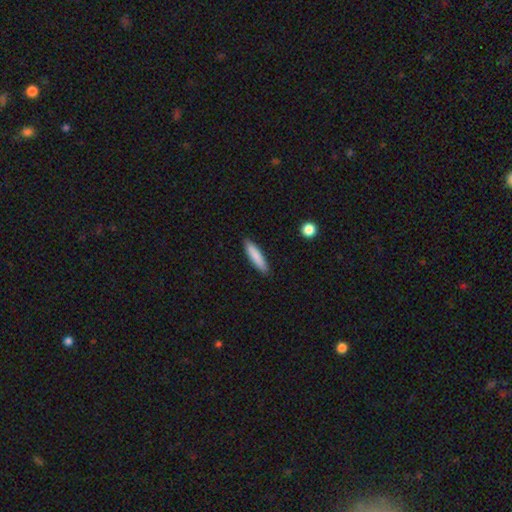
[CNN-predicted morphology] smooth-or-featured: smooth: 85% | featured or disk: 9% | star or artifact: 6%
  how-rounded: cigar-shaped: 83% | in between: 16% | round: 1%
  merging: none: 90% | minor disturbance: 7% | major disturbance: 2% | merger: 1%